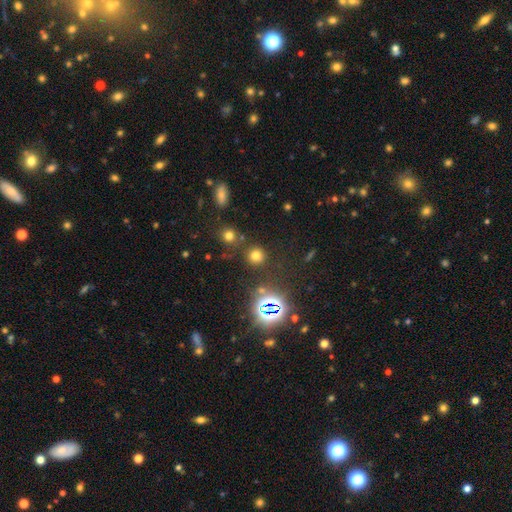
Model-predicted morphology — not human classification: A smooth galaxy with no disk features (66%) that is round (91%).

Vote fractions:
- Smooth or featured? smooth: 66% / star or artifact: 27% / featured or disk: 7%
- How rounded? round: 91% / in between: 8% / cigar-shaped: 1%
- Merging? none: 84% / minor disturbance: 8% / merger: 5% / major disturbance: 4%